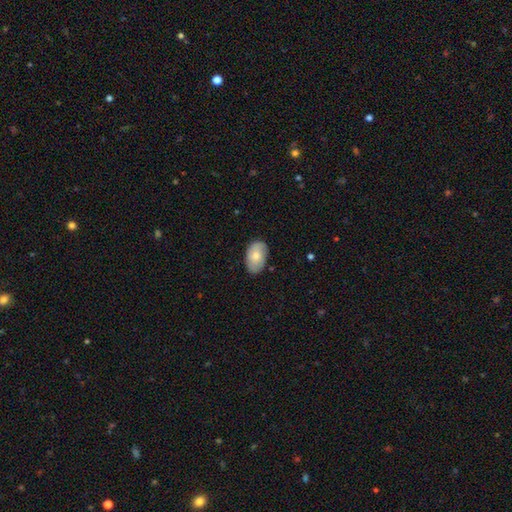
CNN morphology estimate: A smooth galaxy with no disk features (68%) that is in between round and cigar-shaped (90%). Merging: none (79%).